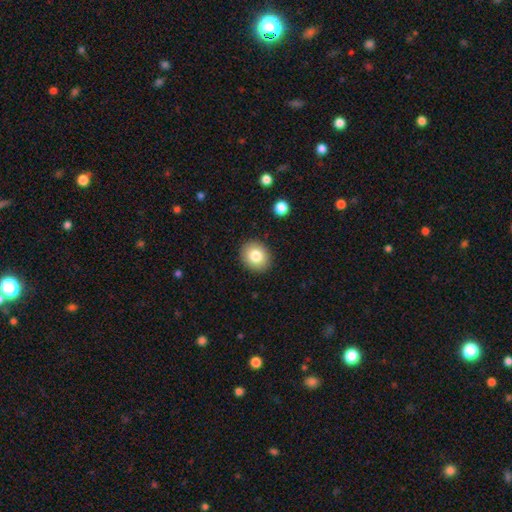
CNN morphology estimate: A smooth galaxy with no disk features (82%) that is round (66%).

Vote fractions:
- Smooth or featured? smooth: 82% / featured or disk: 9% / star or artifact: 9%
- How rounded? round: 66% / in between: 33% / cigar-shaped: 1%
- Merging? none: 91% / minor disturbance: 6% / major disturbance: 2% / merger: 1%